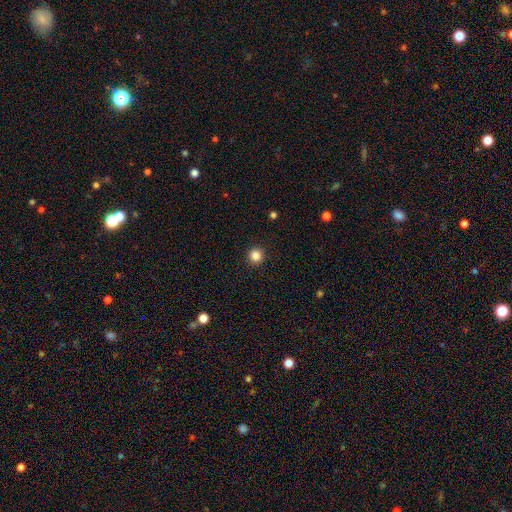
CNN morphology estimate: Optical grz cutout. It shows a smooth galaxy with no disk features (85%) that is round (96%). Merging: none (93%).